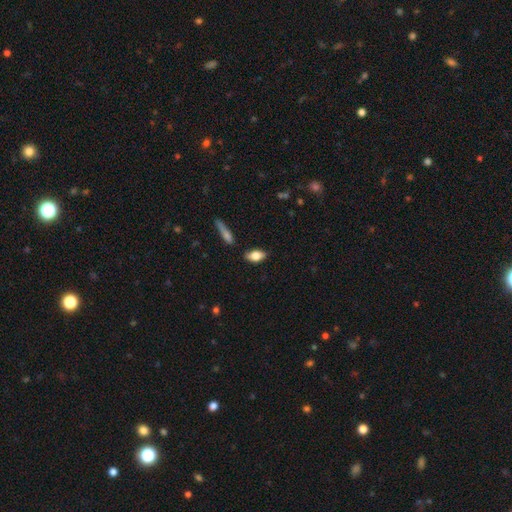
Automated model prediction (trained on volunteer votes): smooth 73%, featured or disk 19%, star or artifact 7%. Down the decision tree: how rounded — in between (85%); merging — none (82%).